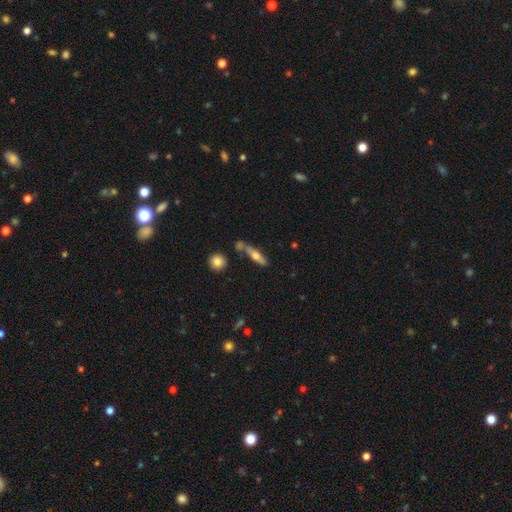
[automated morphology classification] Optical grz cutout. It shows a smooth galaxy with no disk features (50%) that is cigar-shaped (70%). Merging: none (65%).